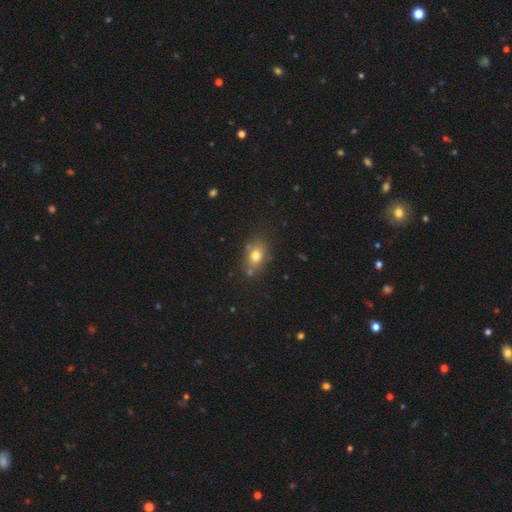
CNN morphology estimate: Smooth or featured? smooth (75%)
How rounded? in between (70%)
Merging? none (73%)